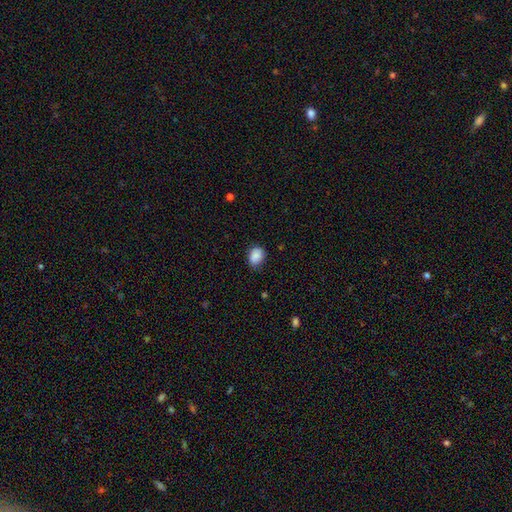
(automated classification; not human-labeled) This is clearly a smooth galaxy (89%). How rounded: likely in between (61%). Merging: likely none (75%).